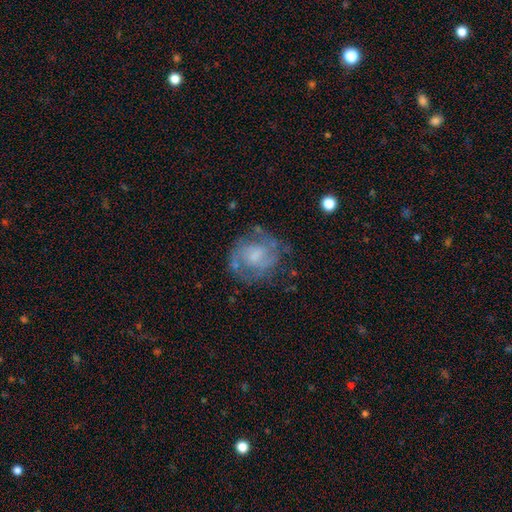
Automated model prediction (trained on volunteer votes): smooth_or_featured: featured or disk (p=0.67) [alt: smooth p=0.25]
disk_edge_on: no (p=0.98) [alt: yes p=0.02]
bar: no (p=0.51) [alt: weak p=0.41]
has_spiral_arms: yes (p=0.75) [alt: no p=0.25]
bulge_size: small (p=0.38) [alt: moderate p=0.33]
merging: none (p=0.65) [alt: minor disturbance p=0.21]